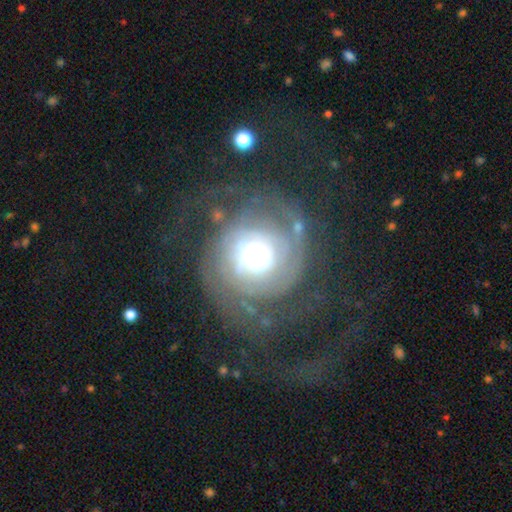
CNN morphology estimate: type=featured or disk (81%); edge-on=no (98%); bar=no (77%); spiral arms=yes (89%); winding=tight (61%); arm count=2 (40%); bulge=moderate (50%); merging=none (58%).